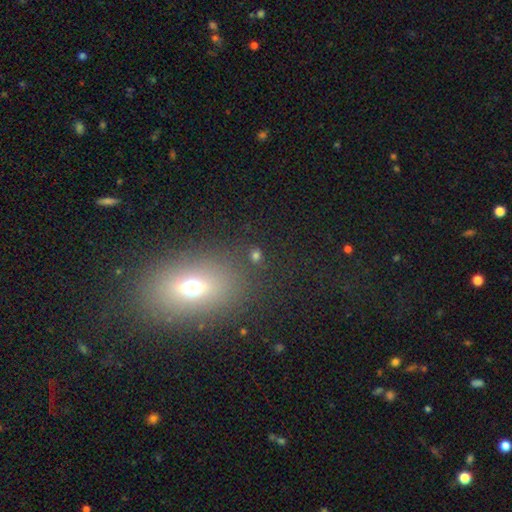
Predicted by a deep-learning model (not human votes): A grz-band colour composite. It shows a smooth galaxy with no disk features (59%) that is round (62%). Merging: none (75%).